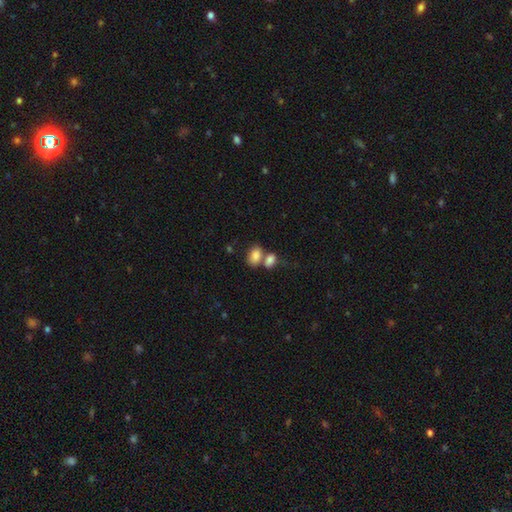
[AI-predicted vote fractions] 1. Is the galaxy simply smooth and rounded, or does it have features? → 83% smooth, 9% featured or disk, 8% star or artifact.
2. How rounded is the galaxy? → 87% in between, 11% round, 2% cigar-shaped.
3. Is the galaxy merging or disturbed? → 51% merger, 35% none, 10% minor disturbance, 5% major disturbance.